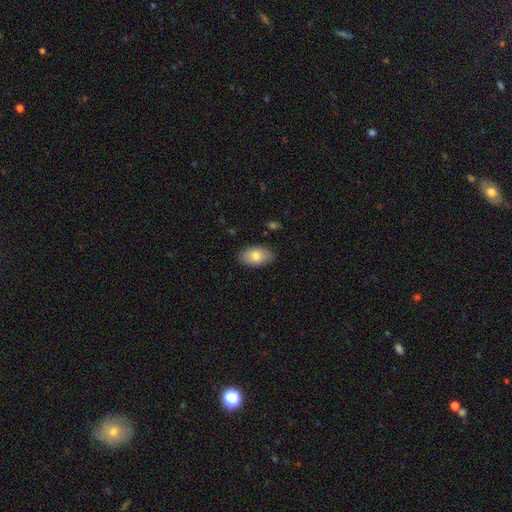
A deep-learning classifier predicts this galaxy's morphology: Smooth or featured: smooth — 80% (featured or disk — 14%)
How rounded: in between — 93% (round — 5%)
Merging: none — 87% (minor disturbance — 10%)